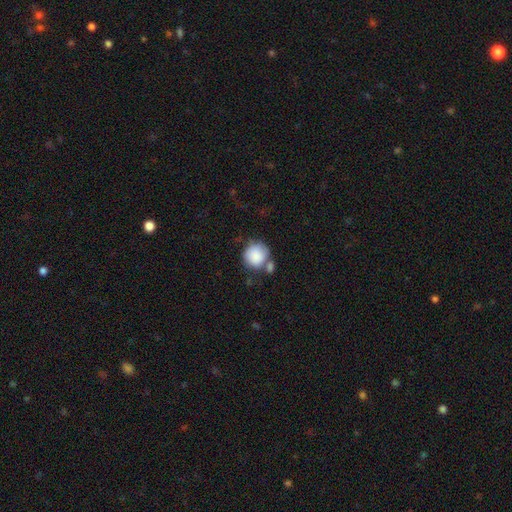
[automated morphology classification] This is clearly a smooth galaxy (86%). How rounded: clearly round (90%). Merging: possibly none (53%).